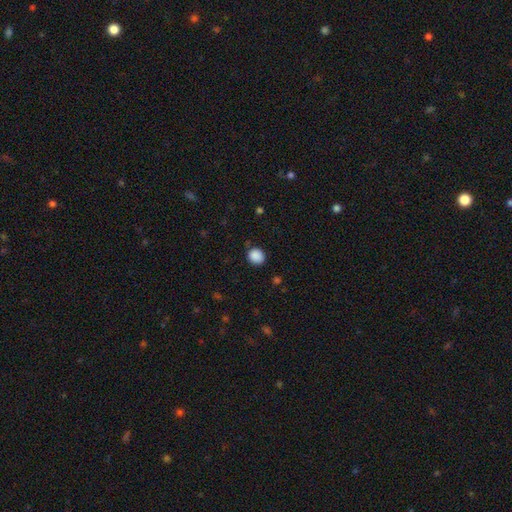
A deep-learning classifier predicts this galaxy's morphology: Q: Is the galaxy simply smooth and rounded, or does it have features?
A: smooth — 88%.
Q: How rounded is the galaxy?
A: round — 80%.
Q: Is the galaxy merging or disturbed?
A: none — 84%.